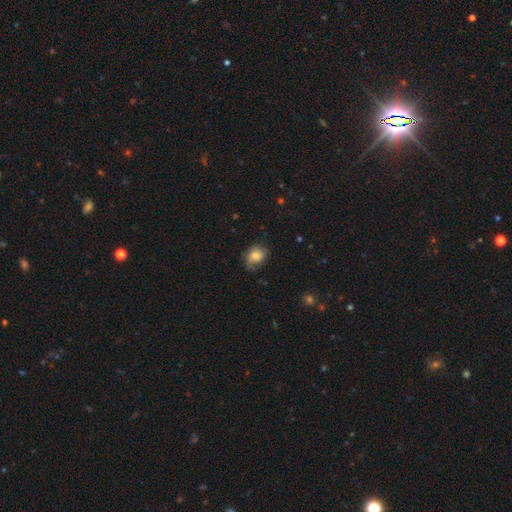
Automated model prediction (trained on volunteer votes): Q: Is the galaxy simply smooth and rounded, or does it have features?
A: smooth — 67%.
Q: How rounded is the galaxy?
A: in between — 50%.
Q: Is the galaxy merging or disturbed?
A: none — 51%.